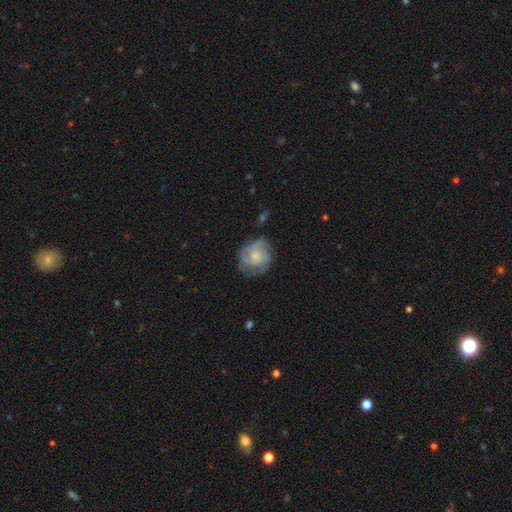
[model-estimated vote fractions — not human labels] This is likely a featured or disk galaxy (66%). It is clearly not viewed edge-on (98%). Bar: likely no (76%). Spiral arm pattern: clearly yes (86%). Spiral arm count: marginally can't tell (33%). Spiral winding: possibly tight (55%). Central bulge: possibly small (48%). Merging: likely none (64%).